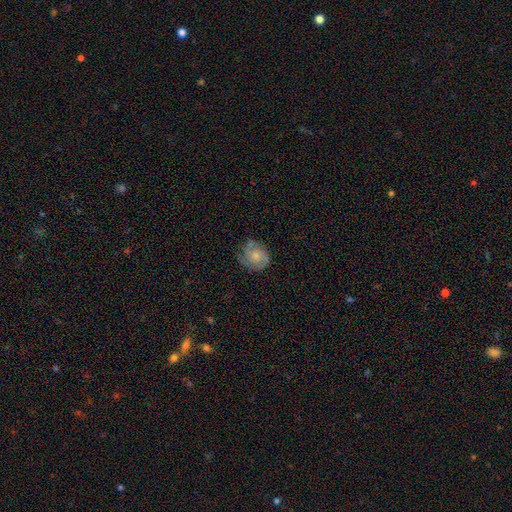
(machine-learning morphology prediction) Smooth or featured?
  - featured or disk: 48% *
  - smooth: 44%
  - star or artifact: 8%
Merging?
  - none: 62% *
  - minor disturbance: 26%
  - major disturbance: 10%
  - merger: 2%